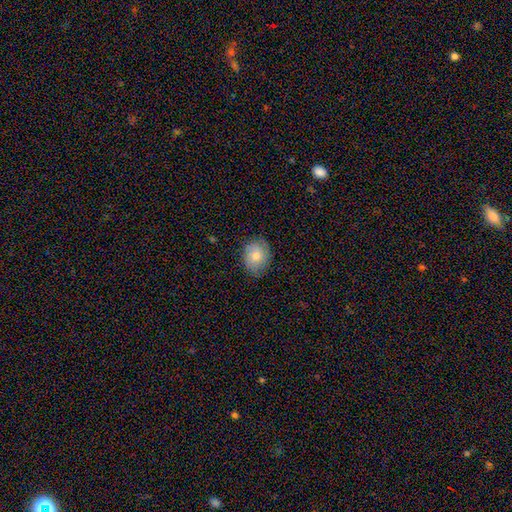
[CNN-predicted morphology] Smooth or featured: smooth — 71% (featured or disk — 21%)
How rounded: in between — 52% (round — 47%)
Merging: none — 76% (minor disturbance — 19%)